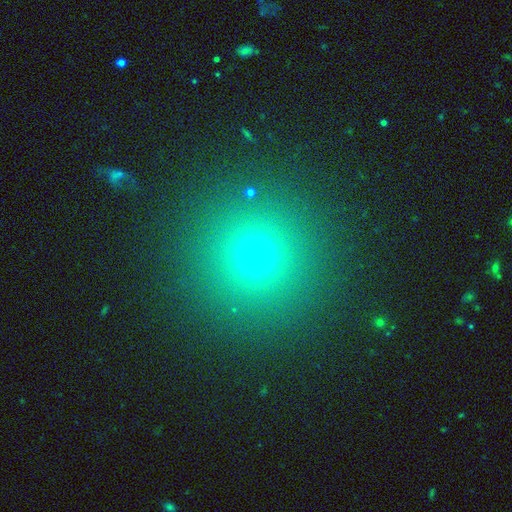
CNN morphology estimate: The model was most divided on "smooth or featured": smooth: 67%, star or artifact: 25%, featured or disk: 8%. More confident: how rounded — round (95%); merging — none (91%).